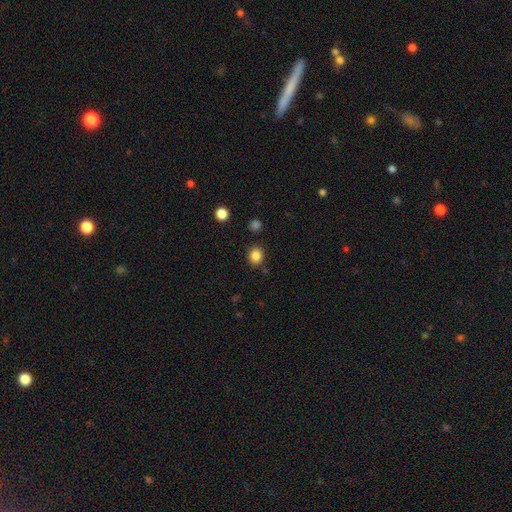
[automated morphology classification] Smooth or featured?
  - smooth: 85% *
  - star or artifact: 11%
  - featured or disk: 4%
How rounded?
  - round: 71% *
  - in between: 29%
  - cigar-shaped: 1%
Merging?
  - none: 85% *
  - minor disturbance: 9%
  - merger: 3%
  - major disturbance: 3%